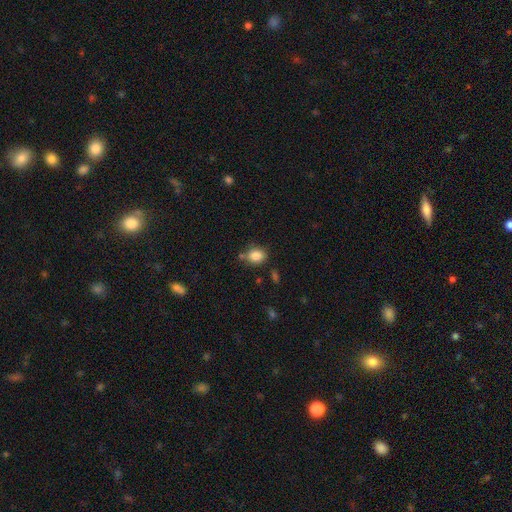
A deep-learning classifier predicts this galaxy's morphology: smooth 84%, star or artifact 10%, featured or disk 6%. Down the decision tree: how rounded — in between (52%); merging — none (71%).